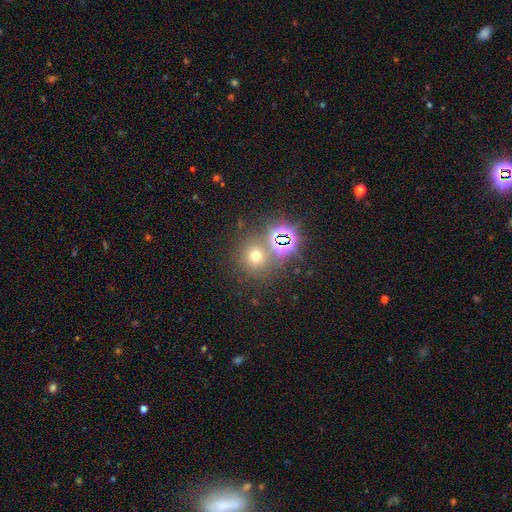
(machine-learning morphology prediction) smooth-or-featured: smooth: 54% | star or artifact: 36% | featured or disk: 9%
  how-rounded: round: 87% | in between: 12% | cigar-shaped: 1%
  merging: none: 73% | merger: 15% | minor disturbance: 8% | major disturbance: 4%